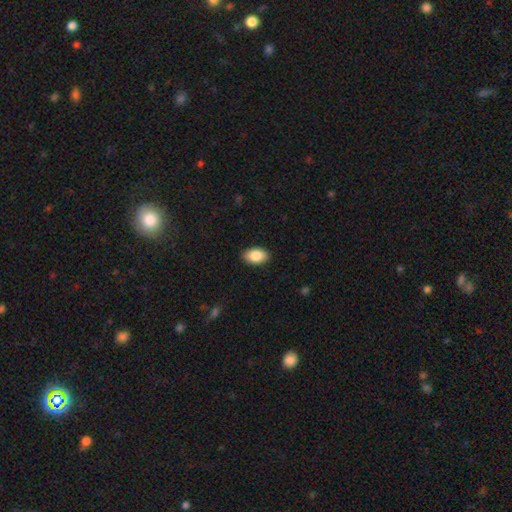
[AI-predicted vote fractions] smooth 87%, featured or disk 7%, star or artifact 7%. Down the decision tree: how rounded — in between (93%); merging — none (89%).